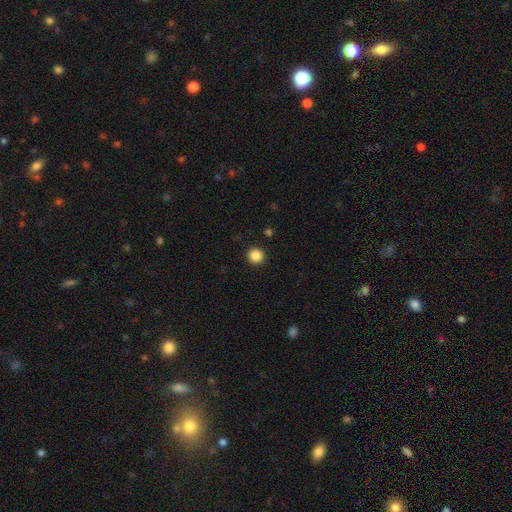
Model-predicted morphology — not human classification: Smooth or featured? smooth (87%)
How rounded? round (96%)
Merging? none (93%)